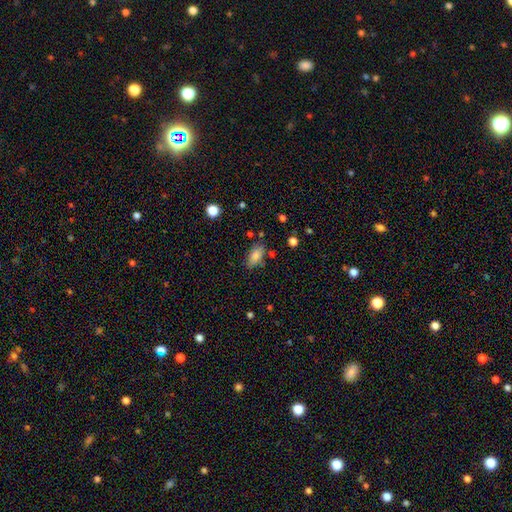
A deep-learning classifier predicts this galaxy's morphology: A smooth galaxy with no disk features (83%) that is in between round and cigar-shaped (89%).

Vote fractions:
- Smooth or featured? smooth: 83% / star or artifact: 9% / featured or disk: 8%
- How rounded? in between: 89% / cigar-shaped: 7% / round: 4%
- Merging? none: 75% / minor disturbance: 16% / merger: 5% / major disturbance: 4%